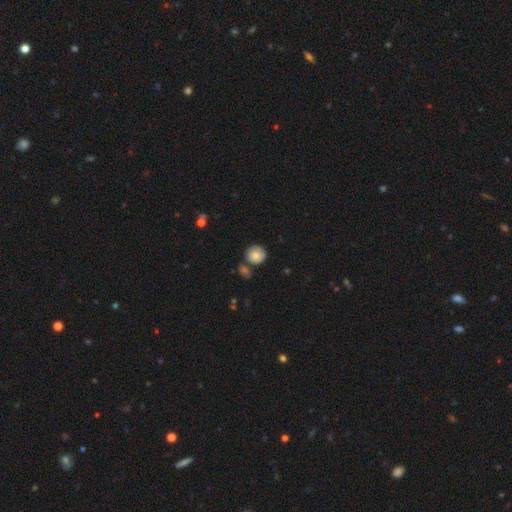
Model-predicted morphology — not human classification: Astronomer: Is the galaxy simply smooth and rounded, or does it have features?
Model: smooth — 75%.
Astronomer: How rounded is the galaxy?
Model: round — 90%.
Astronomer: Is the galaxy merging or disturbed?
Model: none — 70%.